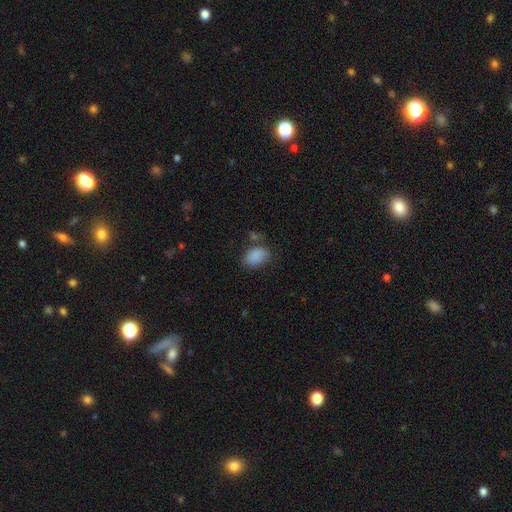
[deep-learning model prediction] Q: Smooth or featured?
A: smooth (86%); runner-up: star or artifact (9%)
Q: How rounded?
A: in between (83%); runner-up: round (16%)
Q: Merging?
A: none (65%); runner-up: minor disturbance (20%)